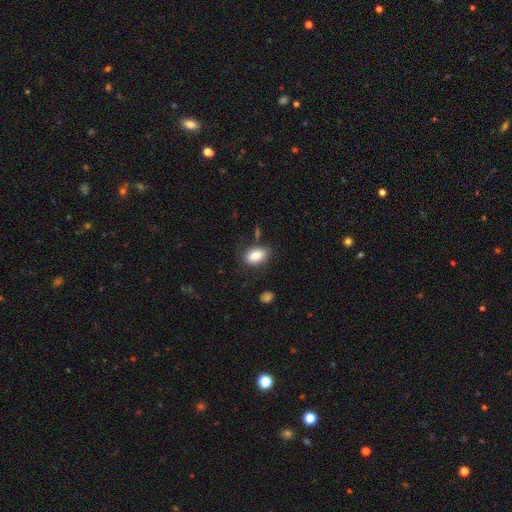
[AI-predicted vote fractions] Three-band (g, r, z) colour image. It shows a smooth galaxy with no disk features (86%) that is in between round and cigar-shaped (90%). Merging: none (76%).